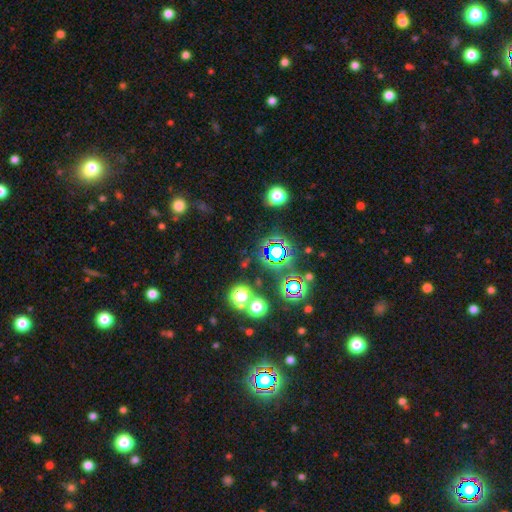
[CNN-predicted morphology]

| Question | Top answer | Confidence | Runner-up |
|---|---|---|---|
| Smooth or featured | star or artifact | 72% | smooth (20%) |